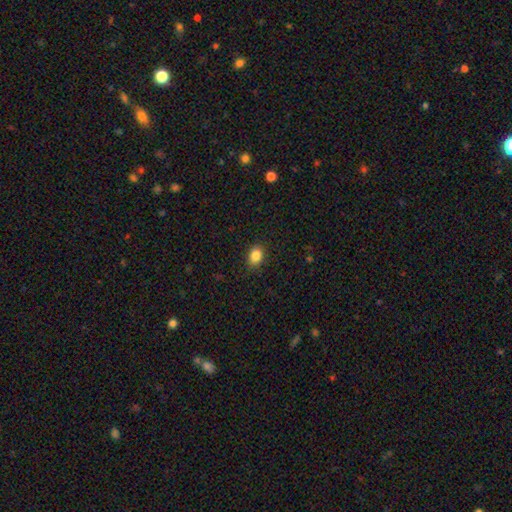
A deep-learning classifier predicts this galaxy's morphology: Q: Smooth or featured?
A: smooth (86%); runner-up: star or artifact (9%)
Q: How rounded?
A: in between (69%); runner-up: round (30%)
Q: Merging?
A: none (89%); runner-up: minor disturbance (8%)